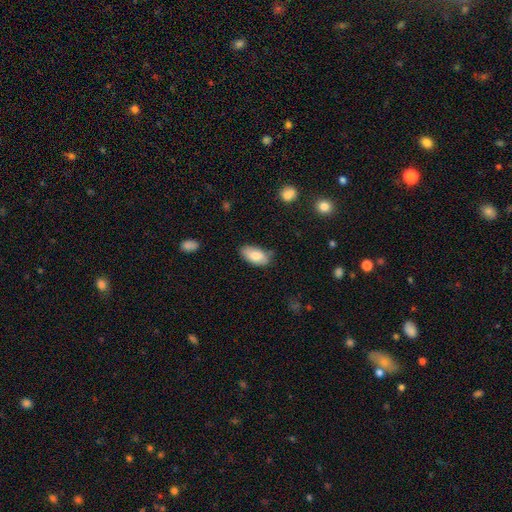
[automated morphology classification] Smooth or featured: smooth — 79% (featured or disk — 14%)
How rounded: in between — 94% (cigar-shaped — 3%)
Merging: none — 74% (minor disturbance — 20%)